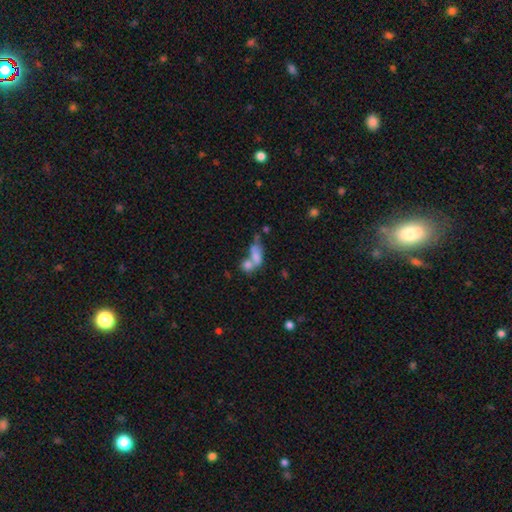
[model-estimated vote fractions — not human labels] Smooth or featured?
  - smooth: 70% *
  - featured or disk: 19%
  - star or artifact: 11%
How rounded?
  - in between: 77% *
  - round: 13%
  - cigar-shaped: 10%
Merging?
  - merger: 59% *
  - none: 22%
  - minor disturbance: 10%
  - major disturbance: 9%